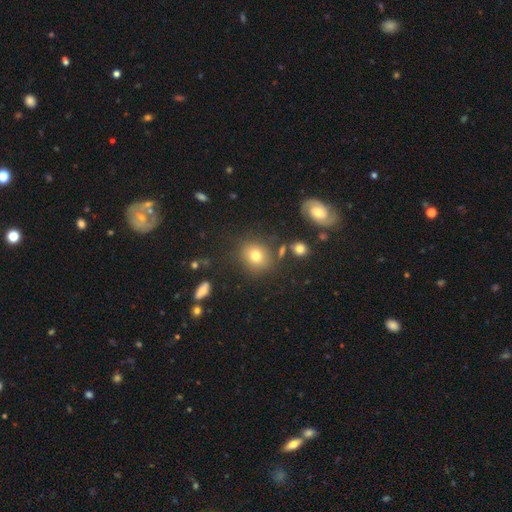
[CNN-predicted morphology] A smooth galaxy with no disk features (75%) that is round (69%).

Vote fractions:
- Smooth or featured? smooth: 75% / star or artifact: 13% / featured or disk: 12%
- How rounded? round: 69% / in between: 30% / cigar-shaped: 1%
- Merging? none: 79% / minor disturbance: 11% / merger: 5% / major disturbance: 5%